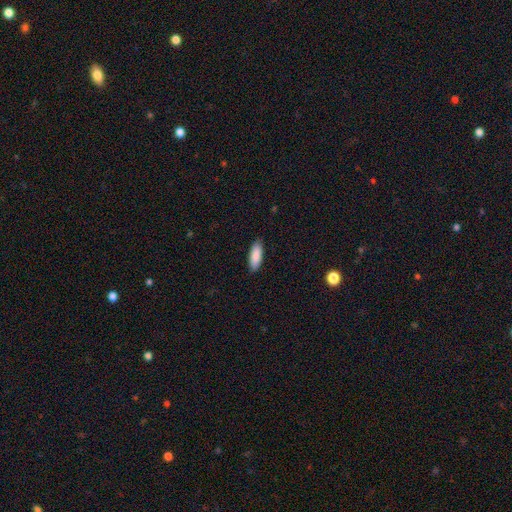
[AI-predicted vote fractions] Smooth or featured? Predicted: smooth (p=0.89). How rounded? Predicted: in between (p=0.66). Merging? Predicted: none (p=0.88).